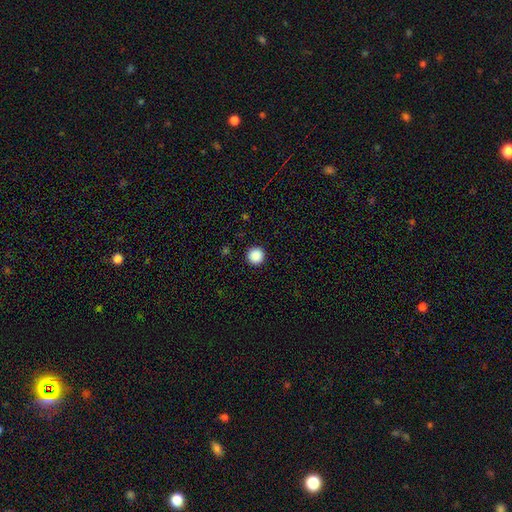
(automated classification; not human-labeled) Smooth or featured: smooth — 89% (star or artifact — 9%)
How rounded: round — 96% (in between — 3%)
Merging: none — 93% (minor disturbance — 4%)